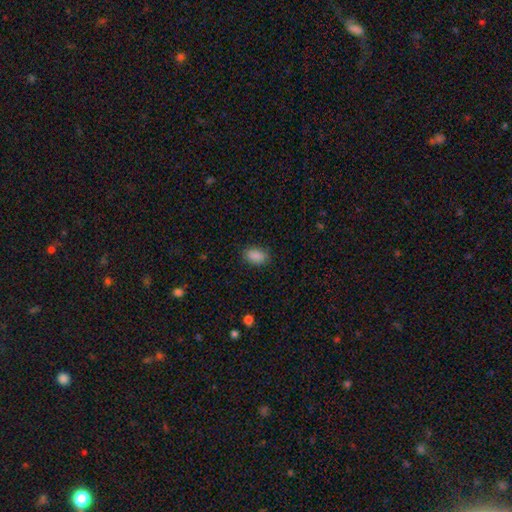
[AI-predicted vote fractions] smooth 89%, star or artifact 8%, featured or disk 3%. Down the decision tree: how rounded — in between (88%); merging — none (85%).